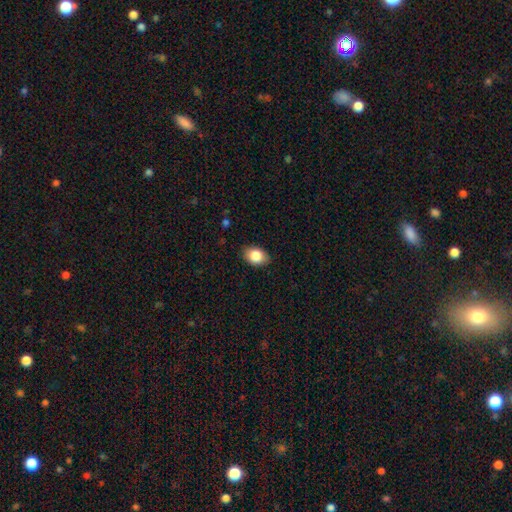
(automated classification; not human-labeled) The model was most divided on "how rounded": in between: 80%, round: 19%, cigar-shaped: 1%. More confident: merging — none (86%); smooth or featured — smooth (84%).